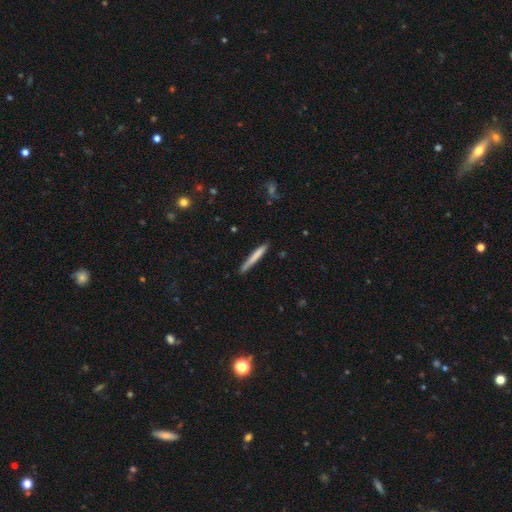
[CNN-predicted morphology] Smooth or featured: smooth — 72% (featured or disk — 22%)
How rounded: cigar-shaped — 96% (in between — 3%)
Merging: none — 83% (minor disturbance — 13%)